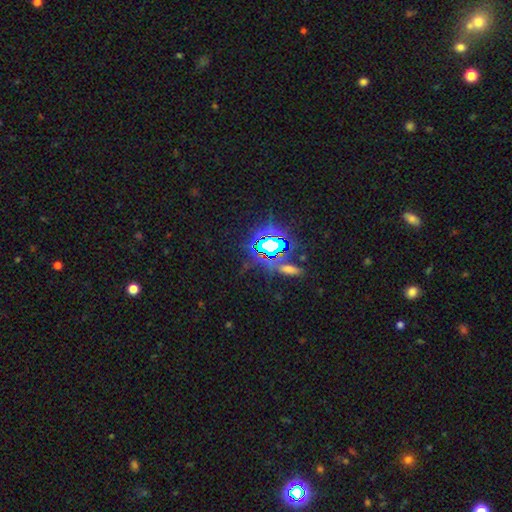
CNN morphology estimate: This is clearly a star or artifact rather than a galaxy (81%).